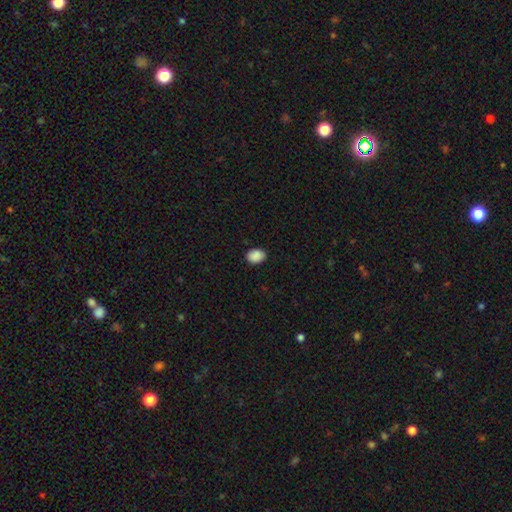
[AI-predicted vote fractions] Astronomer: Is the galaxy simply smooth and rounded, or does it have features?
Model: smooth — 90%.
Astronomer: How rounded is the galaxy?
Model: in between — 71%.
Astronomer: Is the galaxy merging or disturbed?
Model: none — 87%.